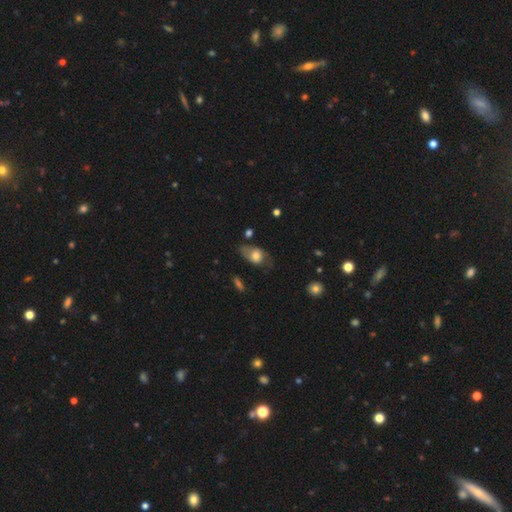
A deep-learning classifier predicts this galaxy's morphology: A smooth galaxy with no disk features (56%) that is in between round and cigar-shaped (82%). Merging: none (45%).